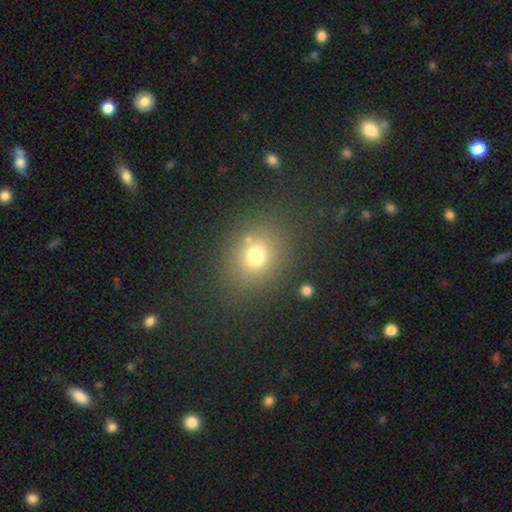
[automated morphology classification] A smooth galaxy with no disk features (72%) that is round (67%). Merging: none (80%).